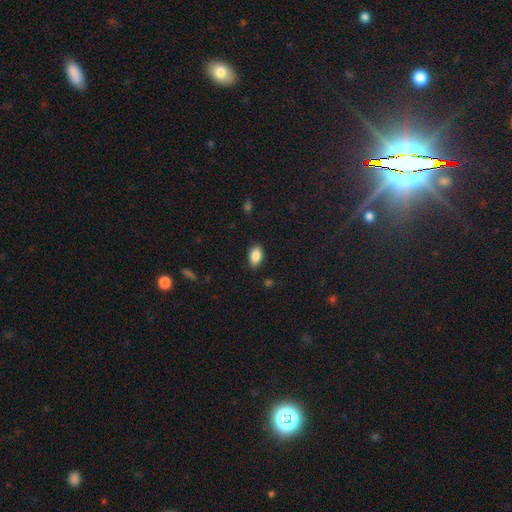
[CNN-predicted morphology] A smooth galaxy with no disk features (86%) that is in between round and cigar-shaped (91%).

Vote fractions:
- Smooth or featured? smooth: 86% / star or artifact: 8% / featured or disk: 7%
- How rounded? in between: 91% / round: 6% / cigar-shaped: 3%
- Merging? none: 85% / minor disturbance: 12% / major disturbance: 2% / merger: 1%